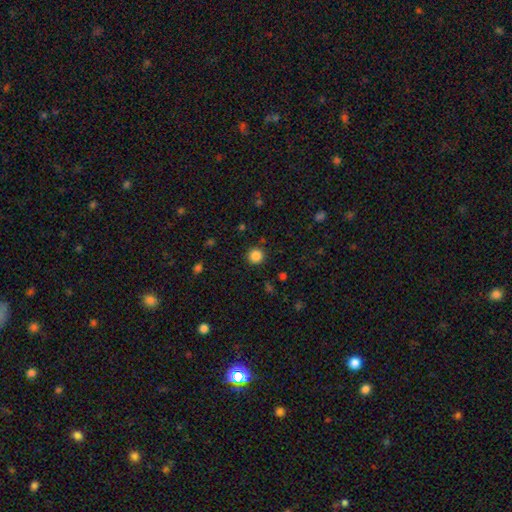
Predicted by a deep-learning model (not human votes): The model was most divided on "smooth or featured": smooth: 85%, star or artifact: 12%, featured or disk: 3%. More confident: how rounded — round (95%); merging — none (91%).